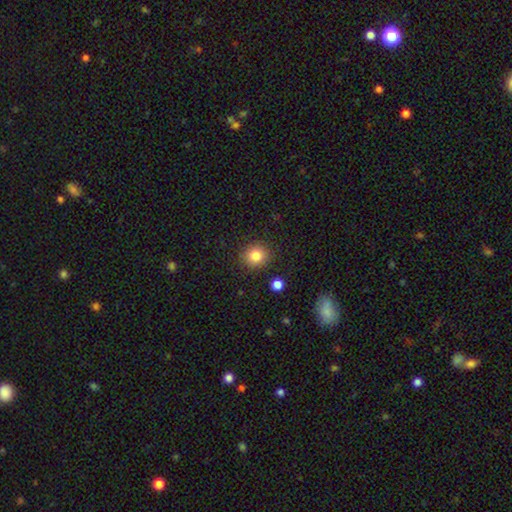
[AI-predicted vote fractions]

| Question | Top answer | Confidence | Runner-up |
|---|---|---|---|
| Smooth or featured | smooth | 83% | star or artifact (11%) |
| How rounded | round | 87% | in between (12%) |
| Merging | none | 89% | minor disturbance (7%) |